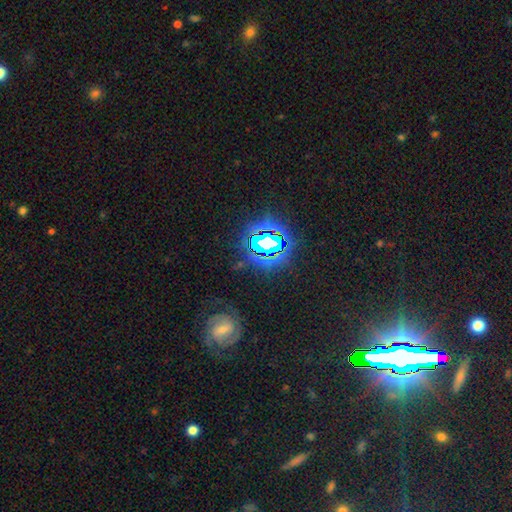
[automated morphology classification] A star or artifact, not a galaxy (75%).